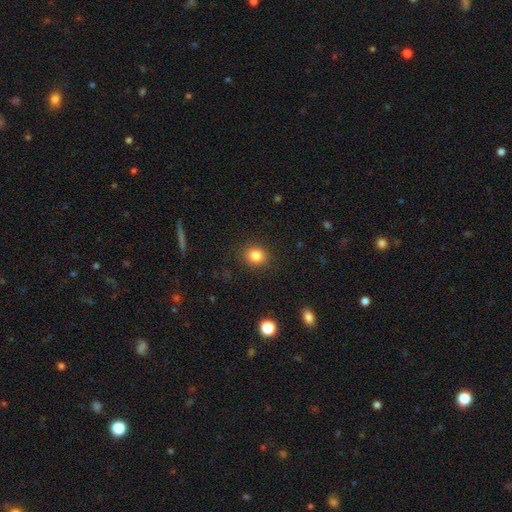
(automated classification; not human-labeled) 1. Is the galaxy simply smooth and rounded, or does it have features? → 82% smooth, 11% star or artifact, 6% featured or disk.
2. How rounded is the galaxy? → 76% round, 23% in between, 1% cigar-shaped.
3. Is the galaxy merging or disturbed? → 89% none, 7% minor disturbance, 3% major disturbance, 1% merger.